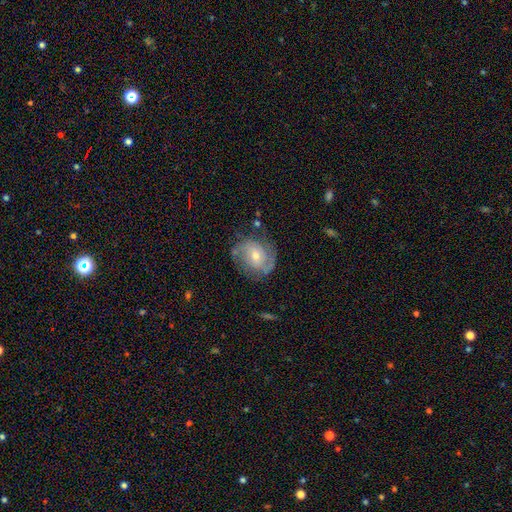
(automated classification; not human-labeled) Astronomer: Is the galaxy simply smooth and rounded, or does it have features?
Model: featured or disk — 75%.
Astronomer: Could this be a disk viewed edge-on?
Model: no — 97%.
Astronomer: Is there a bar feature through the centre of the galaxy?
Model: no — 54% (runner-up: weak, 38%).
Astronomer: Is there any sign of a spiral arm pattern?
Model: yes — 90%.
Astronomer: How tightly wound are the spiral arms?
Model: medium — 44% (runner-up: tight, 38%).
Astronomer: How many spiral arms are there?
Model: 2 — 73%.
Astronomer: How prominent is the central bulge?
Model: moderate — 53% (runner-up: small, 42%).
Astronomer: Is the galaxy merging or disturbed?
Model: none — 69%.